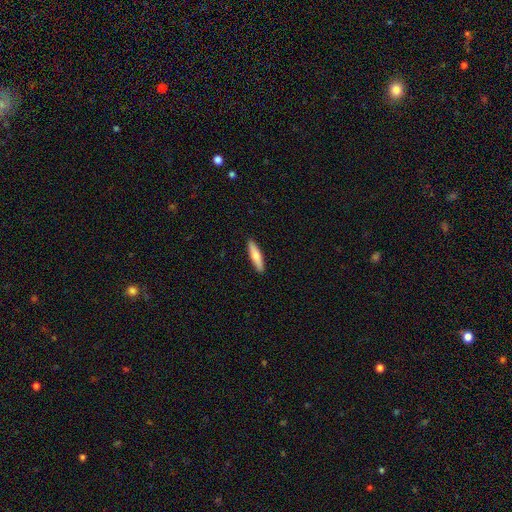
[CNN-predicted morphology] smooth-or-featured: smooth: 68% | featured or disk: 27% | star or artifact: 5%
  how-rounded: cigar-shaped: 79% | in between: 19% | round: 2%
  merging: none: 91% | minor disturbance: 7% | major disturbance: 1% | merger: 1%